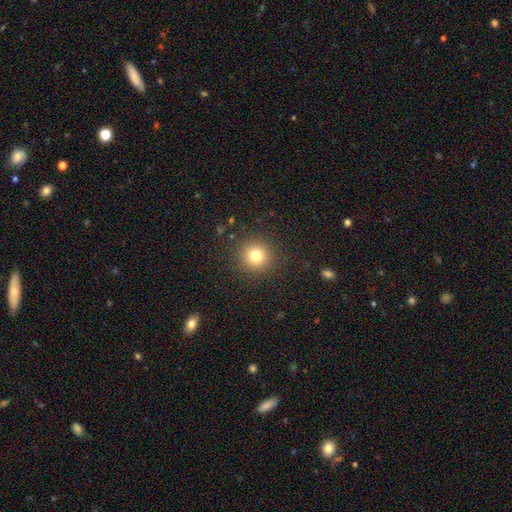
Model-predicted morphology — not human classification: smooth-or-featured: smooth: 78% | star or artifact: 14% | featured or disk: 8%
  how-rounded: round: 95% | in between: 4% | cigar-shaped: 1%
  merging: none: 90% | minor disturbance: 6% | major disturbance: 3% | merger: 1%